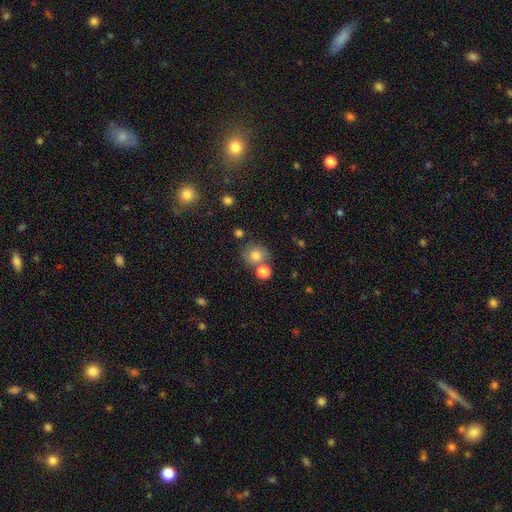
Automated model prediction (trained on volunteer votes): The model was most divided on "merging": none: 66%, merger: 19%, minor disturbance: 11%, major disturbance: 4%. More confident: how rounded — round (82%); smooth or featured — smooth (78%).